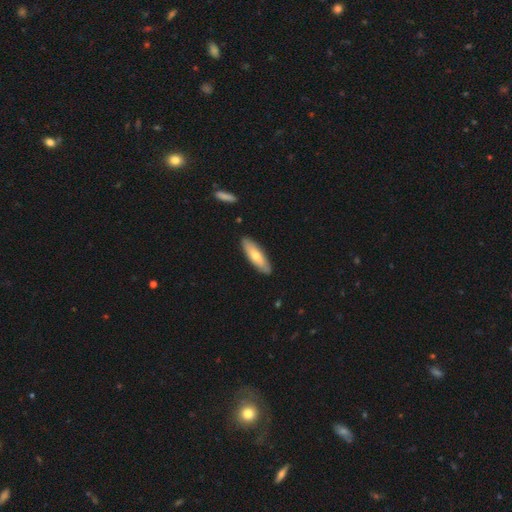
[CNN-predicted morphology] Smooth or featured? Predicted: smooth (p=0.65). How rounded? Predicted: cigar-shaped (p=0.52). Merging? Predicted: none (p=0.88).